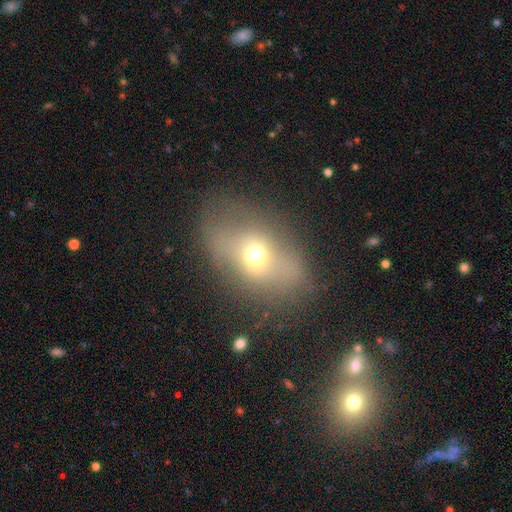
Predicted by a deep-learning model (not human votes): Morphology: type=smooth (52%); roundness=in between (72%); merging=none (62%).